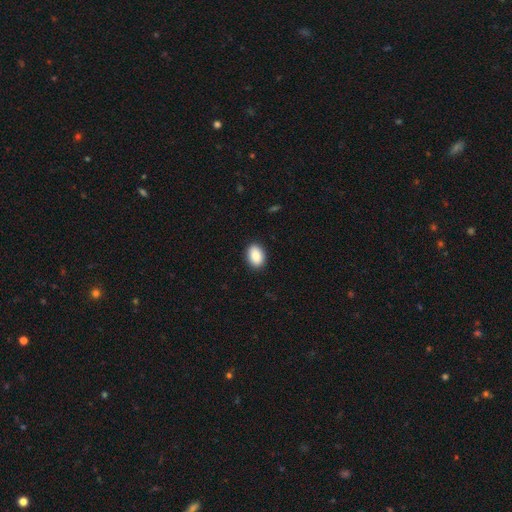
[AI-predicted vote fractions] This is clearly a smooth galaxy (89%). How rounded: clearly in between (83%). Merging: clearly none (90%).